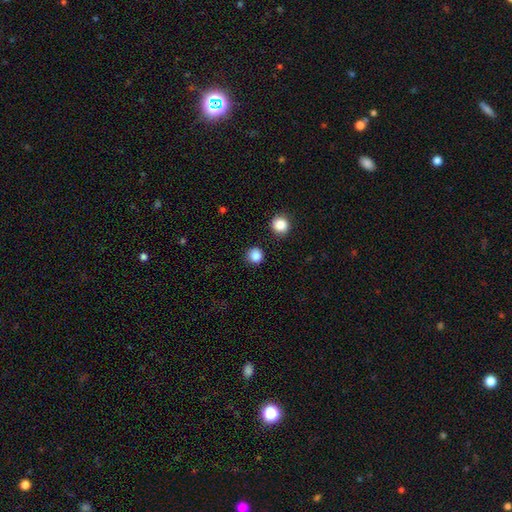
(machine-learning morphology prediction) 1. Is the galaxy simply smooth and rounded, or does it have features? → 86% smooth, 11% star or artifact, 3% featured or disk.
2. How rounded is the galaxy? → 93% round, 6% in between, 1% cigar-shaped.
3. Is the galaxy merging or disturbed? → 89% none, 6% minor disturbance, 2% merger, 2% major disturbance.